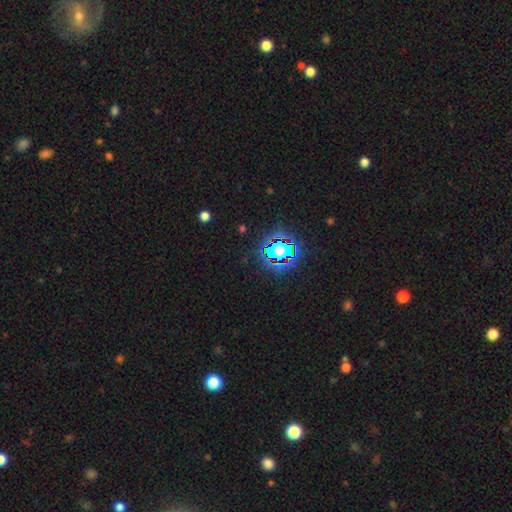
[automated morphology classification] Smooth or featured? star or artifact (80%)